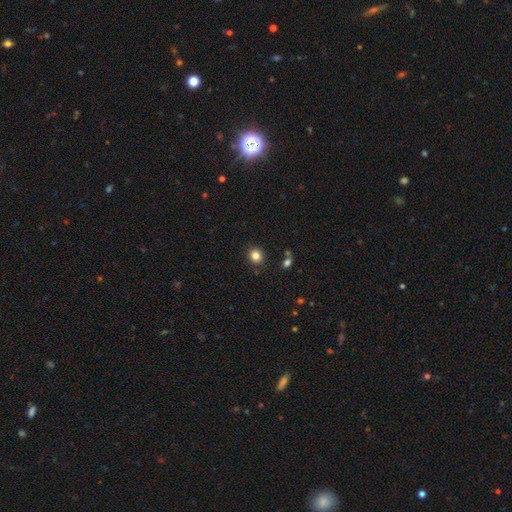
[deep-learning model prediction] A smooth galaxy with no disk features (83%) that is round (79%). Merging: none (86%).